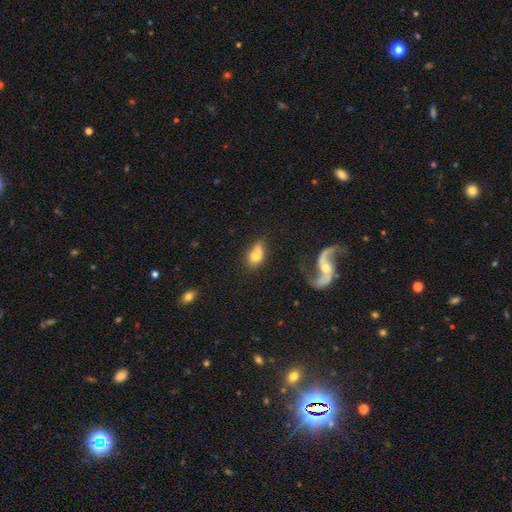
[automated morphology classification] A smooth galaxy with no disk features (68%) that is in between round and cigar-shaped (75%).

Vote fractions:
- Smooth or featured? smooth: 68% / featured or disk: 21% / star or artifact: 10%
- How rounded? in between: 75% / round: 21% / cigar-shaped: 4%
- Merging? none: 37% / merger: 25% / minor disturbance: 23% / major disturbance: 15%